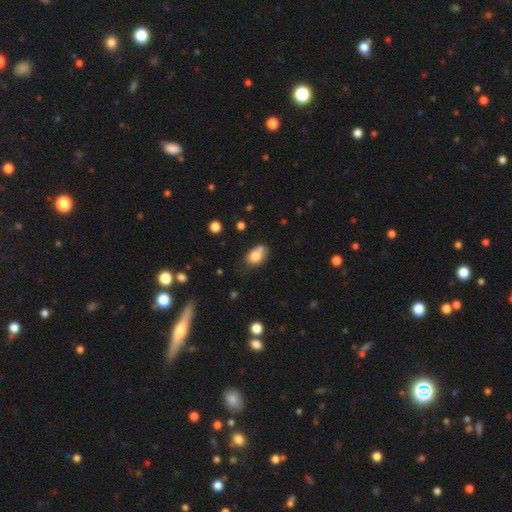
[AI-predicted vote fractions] Smooth or featured? Predicted: smooth (p=0.79). How rounded? Predicted: in between (p=0.76). Merging? Predicted: none (p=0.49).